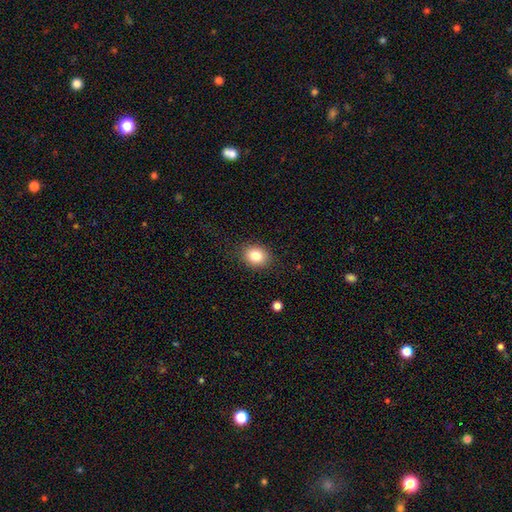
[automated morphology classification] type=smooth (83%); roundness=round (55%); merging=none (87%).